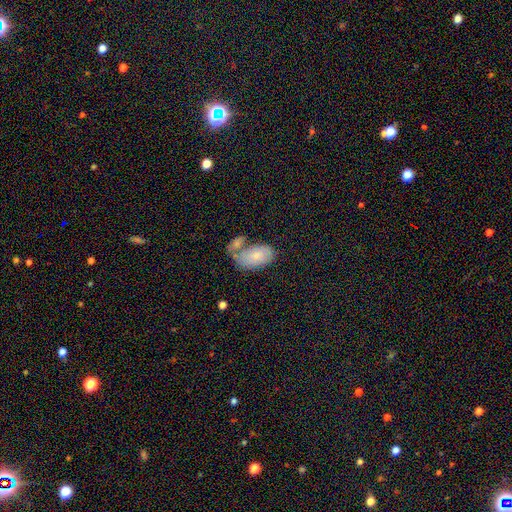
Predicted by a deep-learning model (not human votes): A smooth galaxy with no disk features (70%) that is in between round and cigar-shaped (93%). Merging: none (41%).